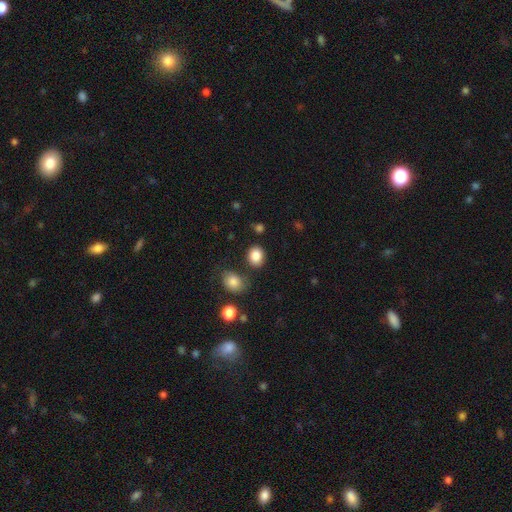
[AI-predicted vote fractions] A smooth galaxy with no disk features (86%) that is round (53%). Merging: none (79%).